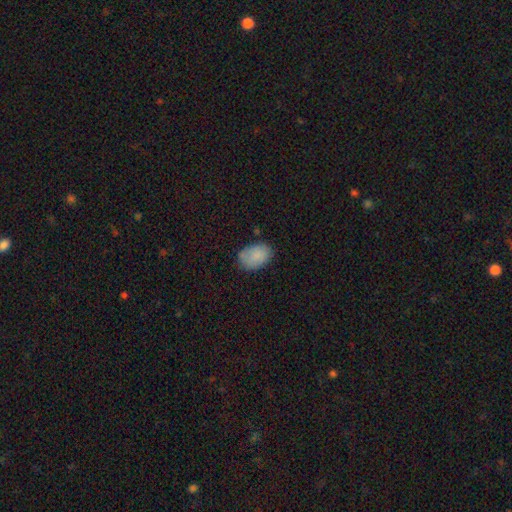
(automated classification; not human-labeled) Smooth or featured: smooth — 86% (star or artifact — 7%)
How rounded: in between — 88% (round — 11%)
Merging: none — 74% (minor disturbance — 19%)